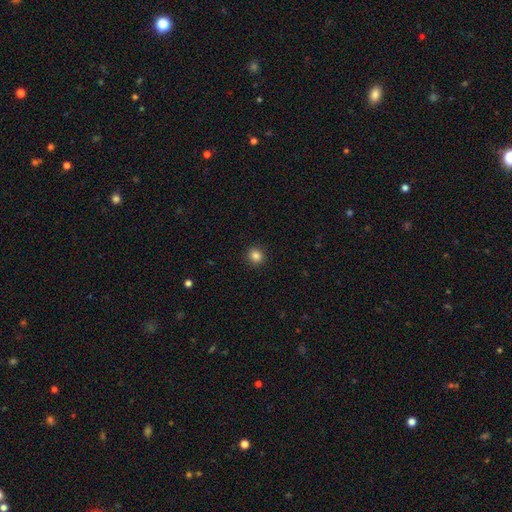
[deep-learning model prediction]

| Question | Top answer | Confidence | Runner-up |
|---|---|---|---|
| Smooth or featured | smooth | 85% | star or artifact (11%) |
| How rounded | round | 88% | in between (11%) |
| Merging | none | 92% | minor disturbance (5%) |